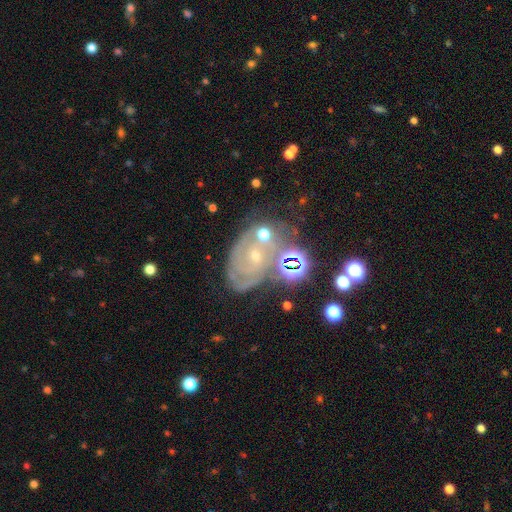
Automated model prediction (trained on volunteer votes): The model was most divided on "spiral arm count": can't tell: 38%, 2: 25%, 3: 18%, 4: 8%, 1: 6%, more than 4: 6%. More confident: edge-on disk — no (96%); spiral arms — yes (91%); bulge size — small (75%); smooth or featured — featured or disk (74%); spiral winding — tight (68%); bar — no (66%); merging — none (56%).